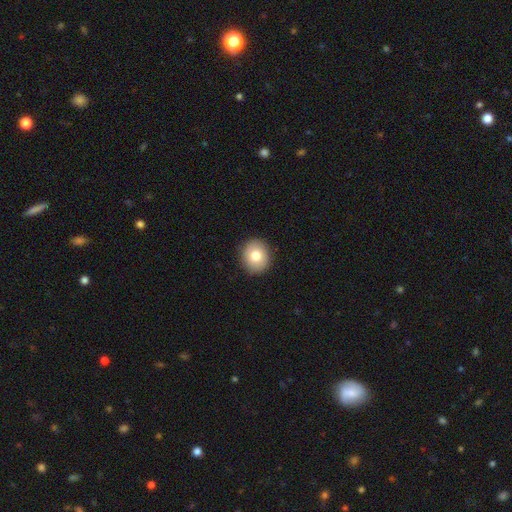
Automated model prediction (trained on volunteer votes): A smooth galaxy with no disk features (79%) that is round (79%).

Vote fractions:
- Smooth or featured? smooth: 79% / featured or disk: 13% / star or artifact: 9%
- How rounded? round: 79% / in between: 20% / cigar-shaped: 1%
- Merging? none: 91% / minor disturbance: 6% / major disturbance: 2% / merger: 1%